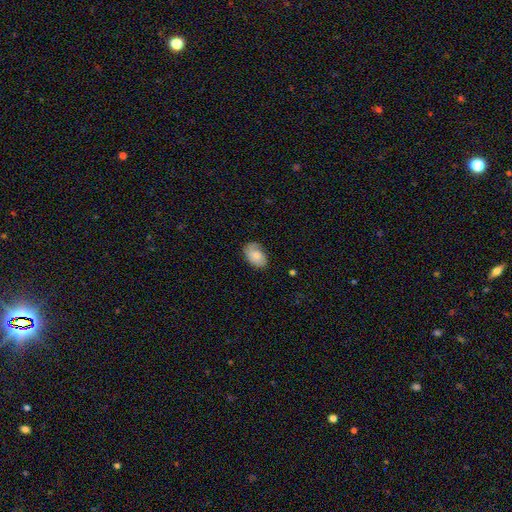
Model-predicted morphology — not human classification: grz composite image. It shows a smooth galaxy with no disk features (71%) that is in between round and cigar-shaped (88%). Merging: none (68%).